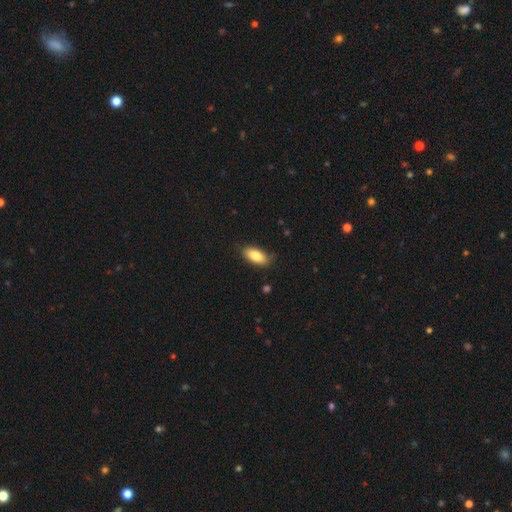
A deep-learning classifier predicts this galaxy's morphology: This appears to be a smooth galaxy with no disk features (83%) that is in between round and cigar-shaped (89%). Merging: none (79%).